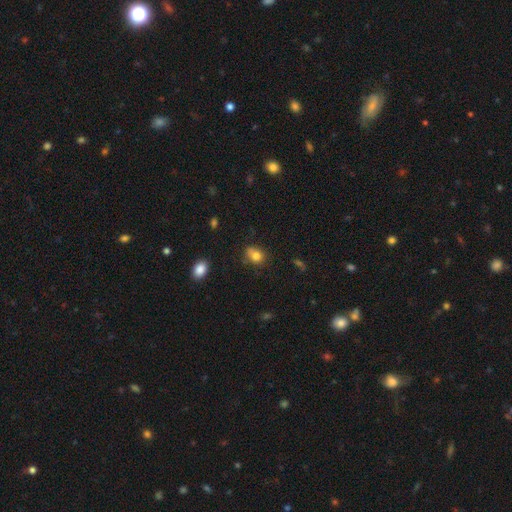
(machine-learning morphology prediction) smooth_or_featured: smooth (p=0.79) [alt: star or artifact p=0.11]
how_rounded: in between (p=0.54) [alt: round p=0.44]
merging: none (p=0.59) [alt: minor disturbance p=0.28]